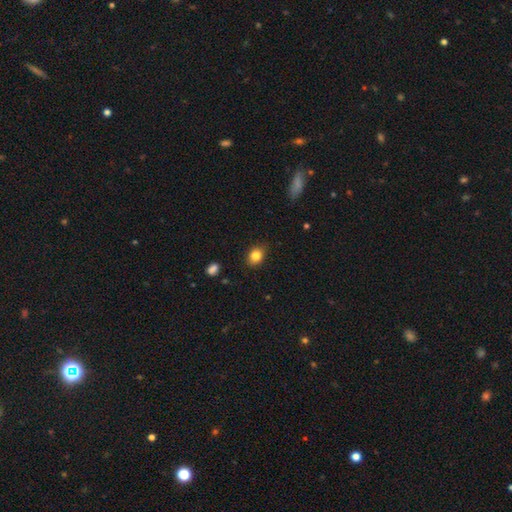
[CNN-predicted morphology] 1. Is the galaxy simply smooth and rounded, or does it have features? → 83% smooth, 10% star or artifact, 7% featured or disk.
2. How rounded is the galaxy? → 54% in between, 45% round, 1% cigar-shaped.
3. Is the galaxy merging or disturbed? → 84% none, 13% minor disturbance, 2% major disturbance, 1% merger.